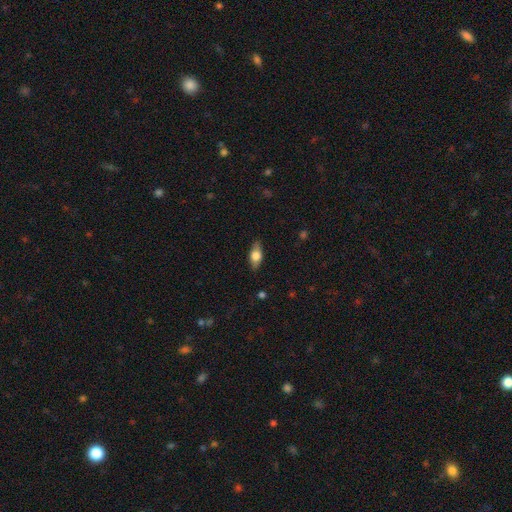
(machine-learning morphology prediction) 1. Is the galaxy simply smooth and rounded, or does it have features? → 60% smooth, 33% featured or disk, 7% star or artifact.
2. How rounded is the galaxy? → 78% in between, 16% cigar-shaped, 5% round.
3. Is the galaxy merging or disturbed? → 85% none, 12% minor disturbance, 3% major disturbance, 1% merger.